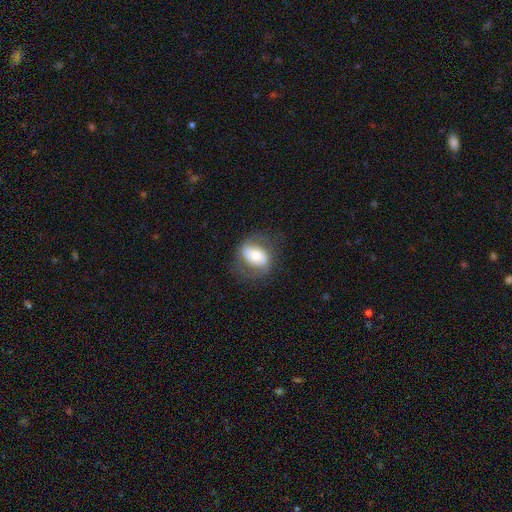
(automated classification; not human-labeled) A smooth galaxy with no disk features (47%). Merging: none (68%).